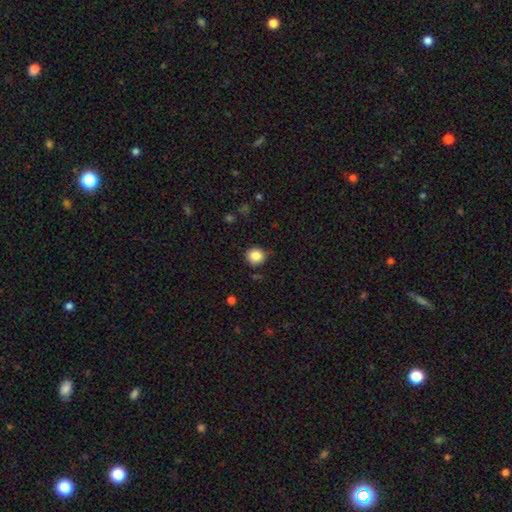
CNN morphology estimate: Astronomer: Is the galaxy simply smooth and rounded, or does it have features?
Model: smooth — 86%.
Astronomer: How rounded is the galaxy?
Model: round — 87%.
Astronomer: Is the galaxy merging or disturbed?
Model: none — 81%.